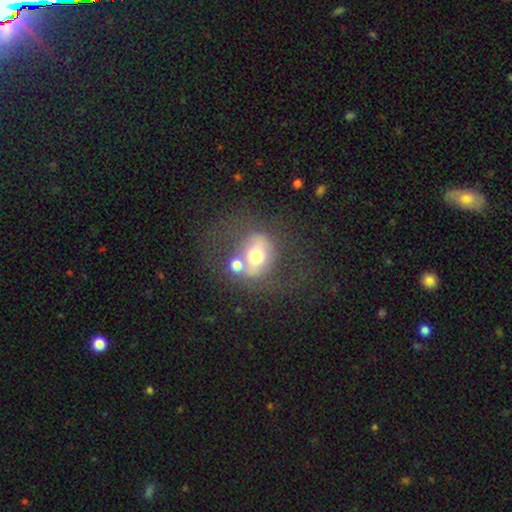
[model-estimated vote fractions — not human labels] Smooth or featured? Predicted: smooth (p=0.52). How rounded? Predicted: round (p=0.63). Merging? Predicted: none (p=0.43).